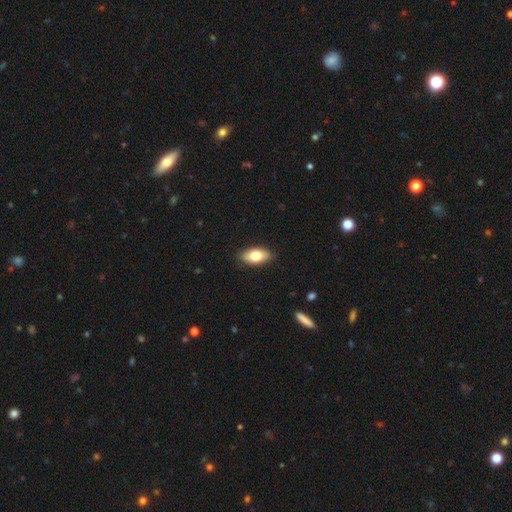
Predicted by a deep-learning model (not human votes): A smooth galaxy with no disk features (77%) that is in between round and cigar-shaped (92%).

Vote fractions:
- Smooth or featured? smooth: 77% / featured or disk: 17% / star or artifact: 6%
- How rounded? in between: 92% / cigar-shaped: 4% / round: 4%
- Merging? none: 87% / minor disturbance: 10% / major disturbance: 2% / merger: 1%